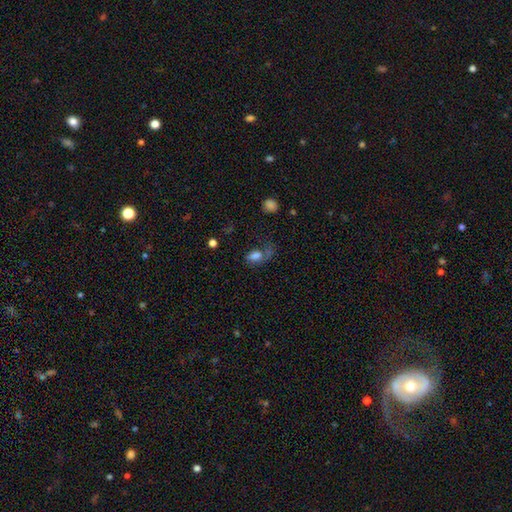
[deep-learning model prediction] This appears to be a smooth galaxy with no disk features (71%) that is in between round and cigar-shaped (86%). Merging: none (38%).